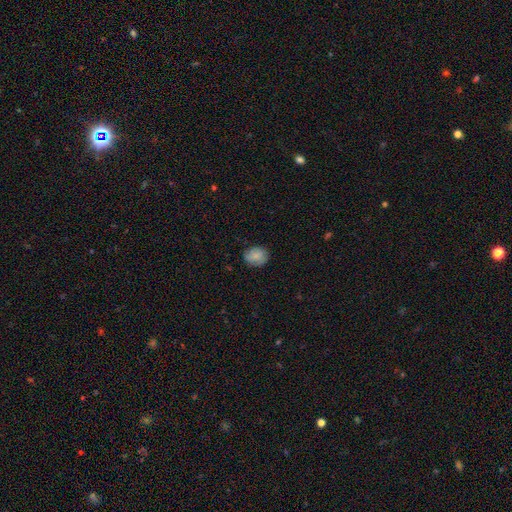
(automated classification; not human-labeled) smooth 81%, featured or disk 11%, star or artifact 8%. Down the decision tree: how rounded — round (56%); merging — none (78%).